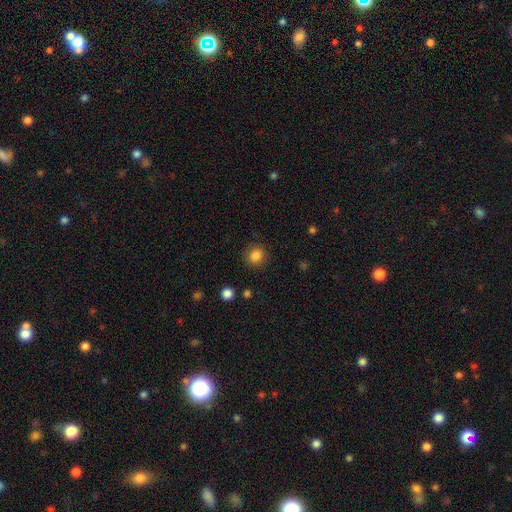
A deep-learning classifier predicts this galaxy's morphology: smooth_or_featured: smooth (p=0.85) [alt: star or artifact p=0.11]
how_rounded: round (p=0.85) [alt: in between p=0.14]
merging: none (p=0.88) [alt: minor disturbance p=0.08]